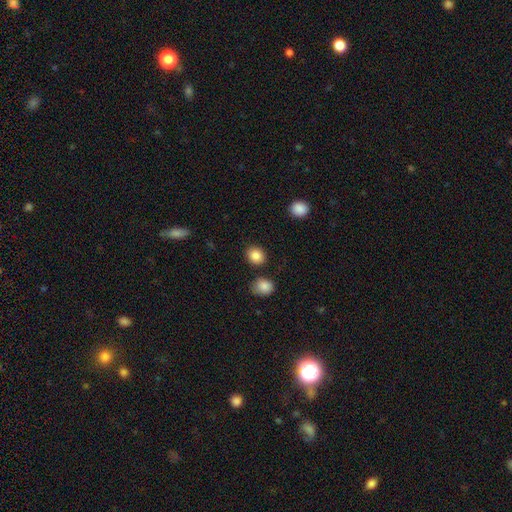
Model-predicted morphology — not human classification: smooth_or_featured: smooth (p=0.87) [alt: star or artifact p=0.09]
how_rounded: round (p=0.68) [alt: in between p=0.31]
merging: none (p=0.84) [alt: minor disturbance p=0.09]